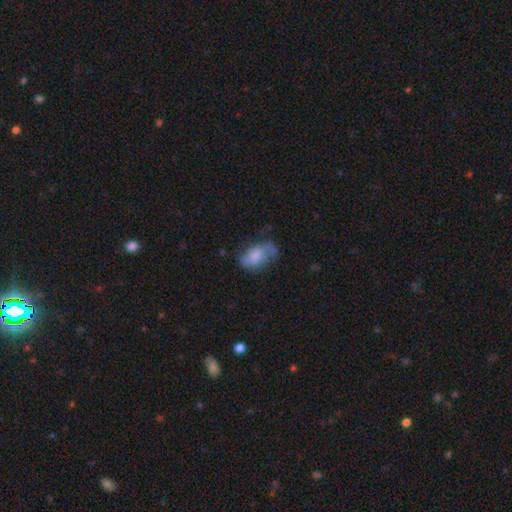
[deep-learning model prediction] Overall: smooth (59%; featured or disk 32%). How rounded: in between (89%). Merging: none (41%; minor disturbance 33%).